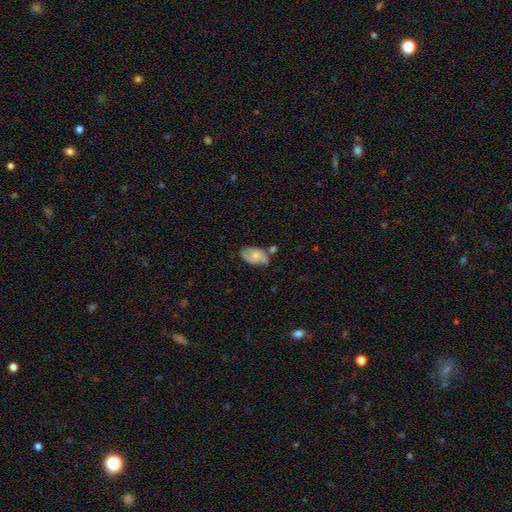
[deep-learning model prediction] Overall: smooth (48%; featured or disk 45%). Merging: none (54%; minor disturbance 26%).